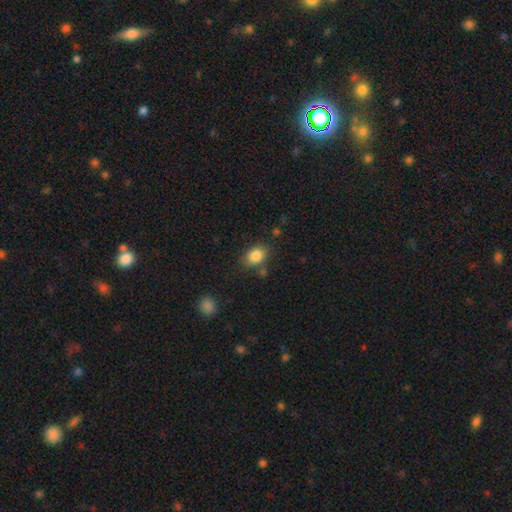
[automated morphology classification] Overall: smooth (85%). How rounded: in between (71%). Merging: none (74%).